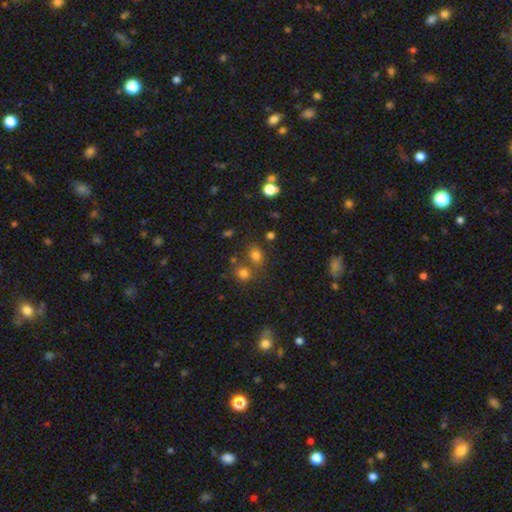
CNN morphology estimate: Smooth or featured?
  - smooth: 69% *
  - star or artifact: 22%
  - featured or disk: 8%
How rounded?
  - round: 59% *
  - in between: 39%
  - cigar-shaped: 1%
Merging?
  - none: 62% *
  - merger: 23%
  - minor disturbance: 10%
  - major disturbance: 4%